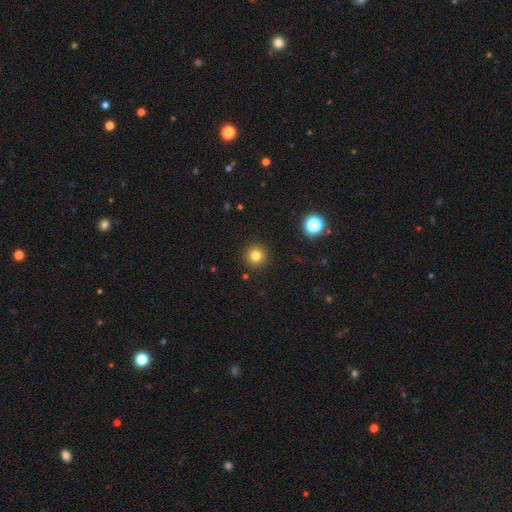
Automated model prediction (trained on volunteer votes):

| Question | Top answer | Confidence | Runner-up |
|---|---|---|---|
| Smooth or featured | smooth | 81% | star or artifact (13%) |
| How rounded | round | 95% | in between (4%) |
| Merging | none | 92% | minor disturbance (5%) |